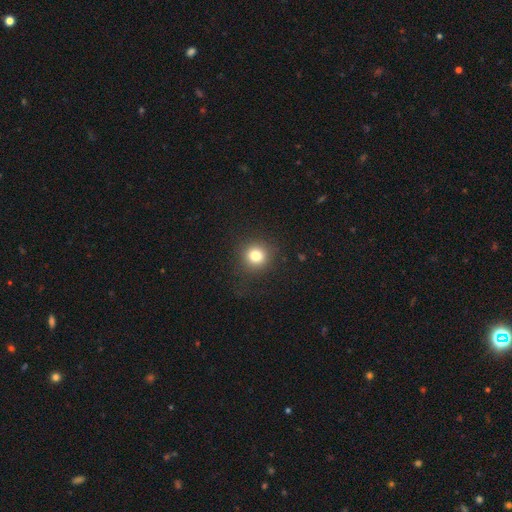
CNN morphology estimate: smooth_or_featured: smooth (p=0.81) [alt: star or artifact p=0.13]
how_rounded: round (p=0.91) [alt: in between p=0.08]
merging: none (p=0.87) [alt: minor disturbance p=0.08]